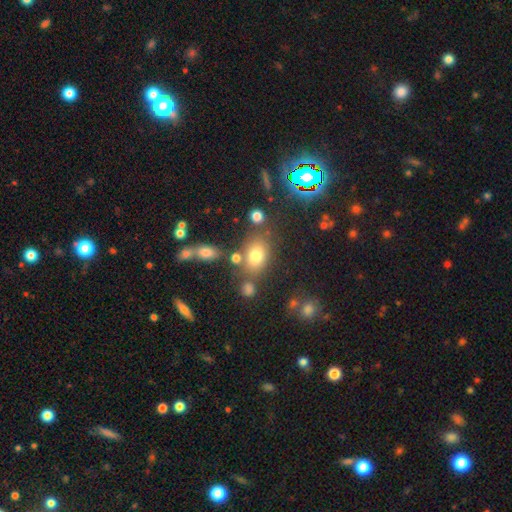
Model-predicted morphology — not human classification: type=smooth (73%); roundness=in between (72%); merging=none (64%).